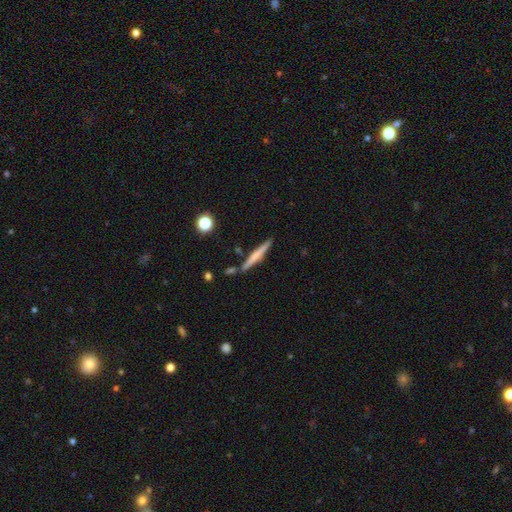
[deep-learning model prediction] Smooth or featured? Predicted: featured or disk (p=0.49). Merging? Predicted: none (p=0.80).